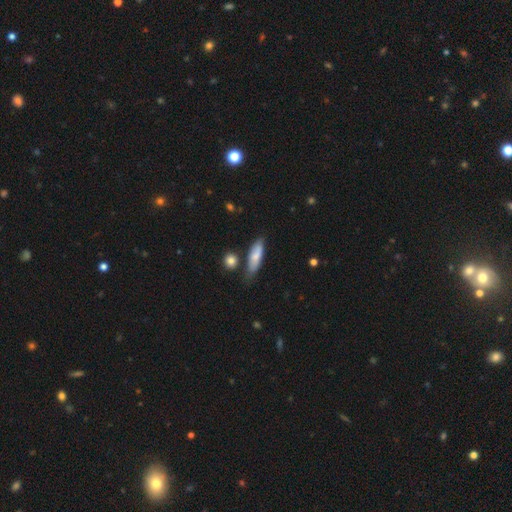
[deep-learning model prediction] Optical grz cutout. It shows a smooth galaxy with no disk features (75%) that is cigar-shaped (50%). Merging: none (68%).